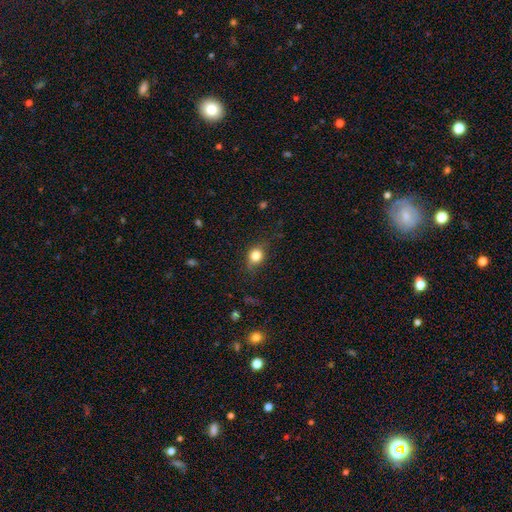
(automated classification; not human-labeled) smooth 78%, star or artifact 11%, featured or disk 11%. Down the decision tree: how rounded — round (62%); merging — none (72%).